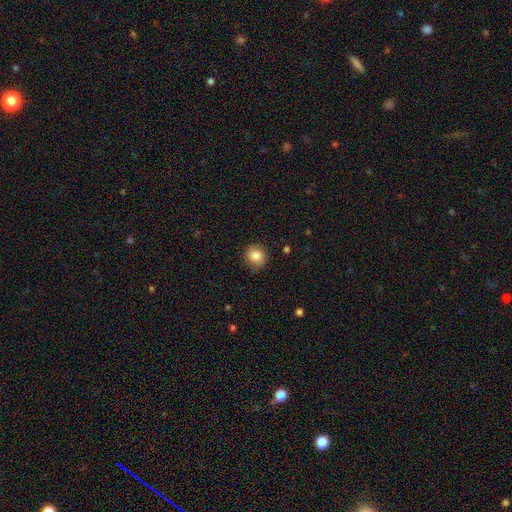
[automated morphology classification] Q: Smooth or featured?
A: smooth (85%); runner-up: star or artifact (9%)
Q: How rounded?
A: round (85%); runner-up: in between (14%)
Q: Merging?
A: none (84%); runner-up: minor disturbance (12%)